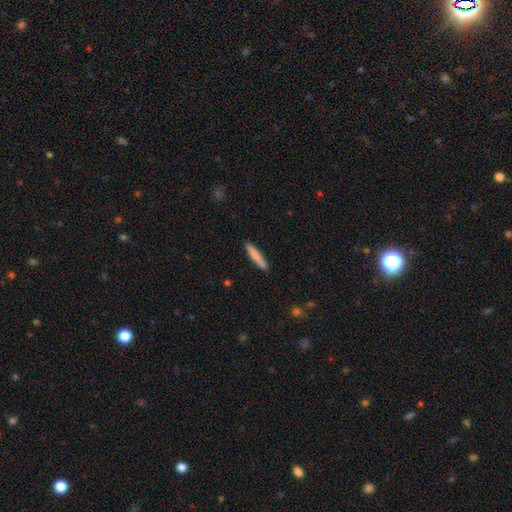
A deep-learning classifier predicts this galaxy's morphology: A smooth galaxy with no disk features (79%) that is cigar-shaped (93%). Merging: none (89%).